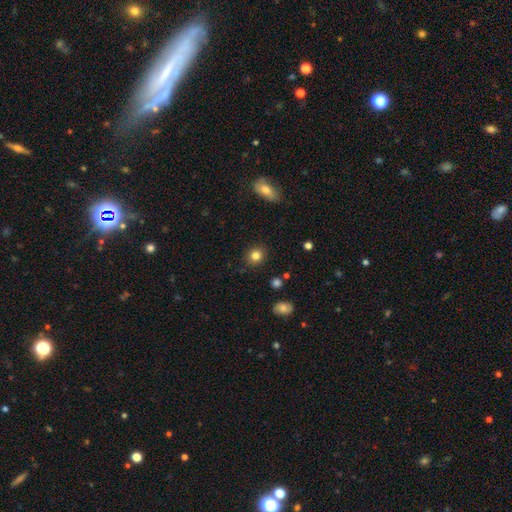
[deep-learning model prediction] Smooth or featured? Predicted: smooth (p=0.82). How rounded? Predicted: round (p=0.81). Merging? Predicted: none (p=0.89).